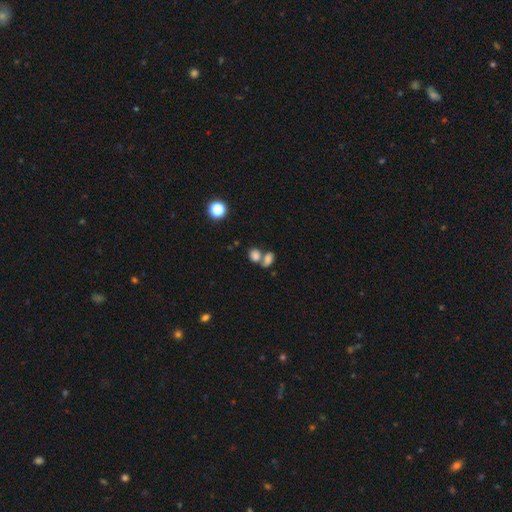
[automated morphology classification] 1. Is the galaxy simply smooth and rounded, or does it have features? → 79% smooth, 12% star or artifact, 9% featured or disk.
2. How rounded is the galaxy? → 59% in between, 39% round, 2% cigar-shaped.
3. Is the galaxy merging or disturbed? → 57% merger, 31% none, 8% minor disturbance, 4% major disturbance.